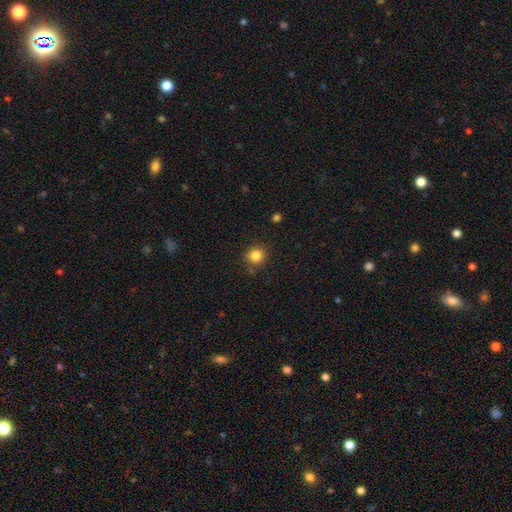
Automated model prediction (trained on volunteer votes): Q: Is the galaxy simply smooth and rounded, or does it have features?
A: smooth — 83%.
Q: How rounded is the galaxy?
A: round — 88%.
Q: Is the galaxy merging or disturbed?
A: none — 85%.